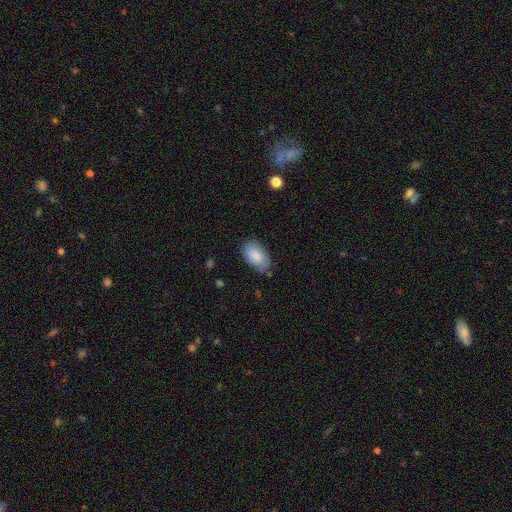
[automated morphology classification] This is clearly a smooth galaxy (84%). How rounded: clearly in between (94%). Merging: likely none (74%).